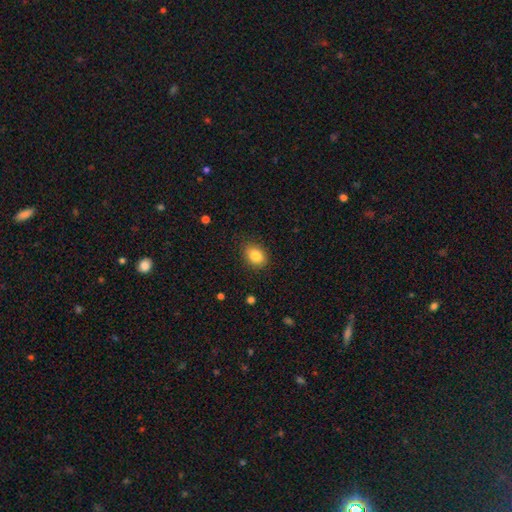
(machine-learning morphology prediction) Smooth or featured?
  - smooth: 84% *
  - star or artifact: 9%
  - featured or disk: 7%
How rounded?
  - in between: 64% *
  - round: 35%
  - cigar-shaped: 1%
Merging?
  - none: 86% *
  - minor disturbance: 11%
  - major disturbance: 3%
  - merger: 1%